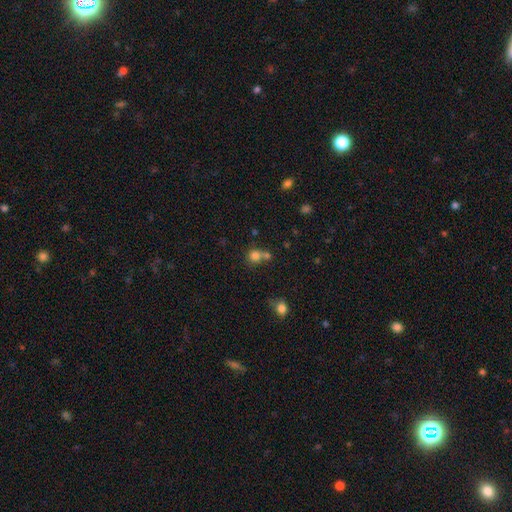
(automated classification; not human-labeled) Overall: smooth (78%). How rounded: round (85%). Merging: none (46%; merger 40%).